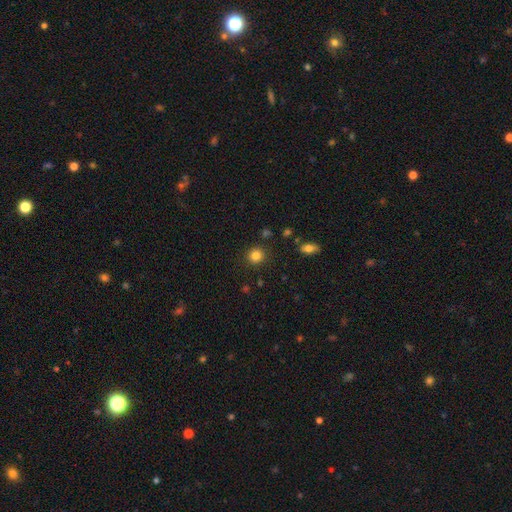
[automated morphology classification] Smooth or featured? smooth (84%)
How rounded? round (88%)
Merging? none (88%)